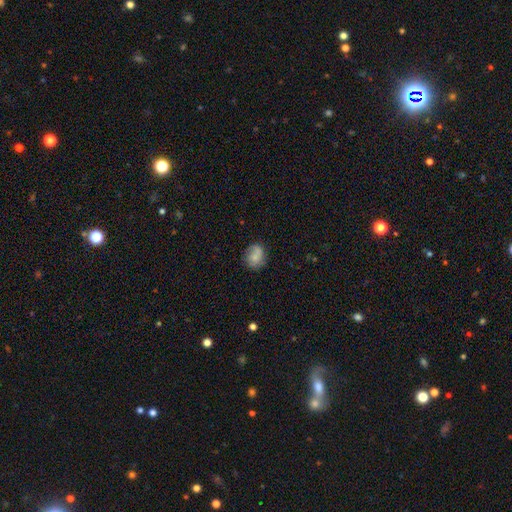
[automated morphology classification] Smooth or featured: smooth — 68% (featured or disk — 23%)
How rounded: round — 60% (in between — 39%)
Merging: none — 62% (minor disturbance — 23%)